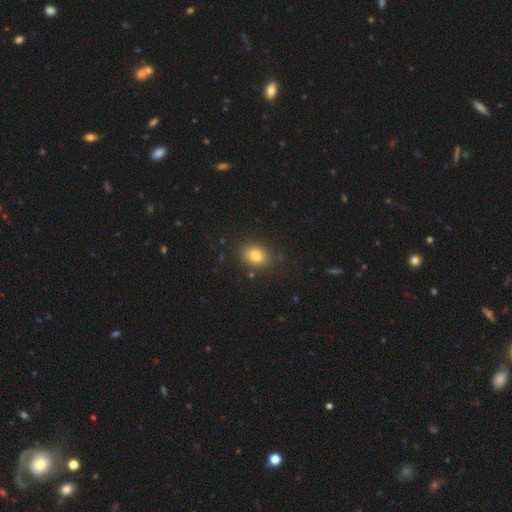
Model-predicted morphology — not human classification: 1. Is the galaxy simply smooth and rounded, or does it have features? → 80% smooth, 11% star or artifact, 9% featured or disk.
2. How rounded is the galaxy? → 54% in between, 45% round, 1% cigar-shaped.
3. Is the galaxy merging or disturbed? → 84% none, 11% minor disturbance, 3% major disturbance, 2% merger.